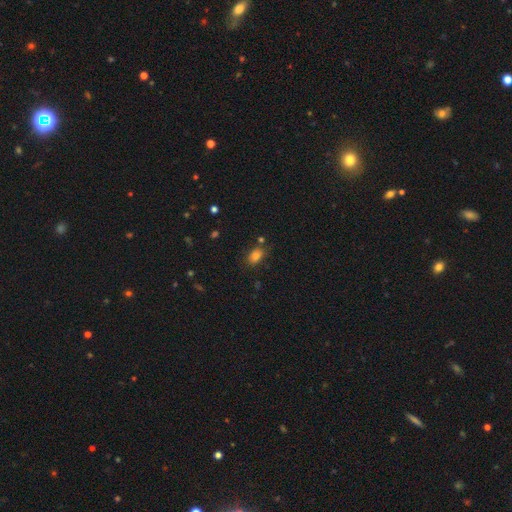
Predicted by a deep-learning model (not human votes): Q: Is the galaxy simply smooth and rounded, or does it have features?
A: smooth — 83%.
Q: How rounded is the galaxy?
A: in between — 84%.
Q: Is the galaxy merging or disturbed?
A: none — 75%.